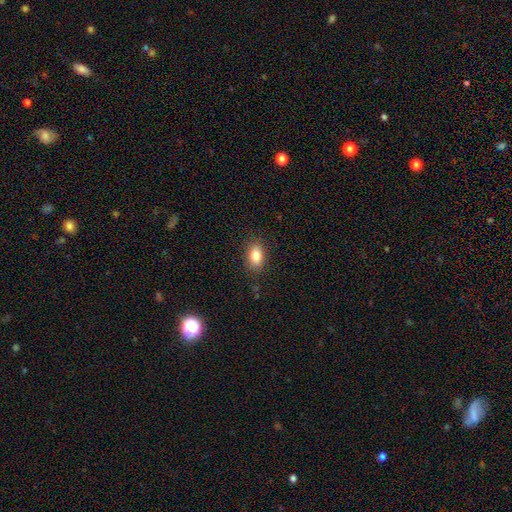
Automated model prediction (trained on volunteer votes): Smooth or featured: smooth — 84% (star or artifact — 9%)
How rounded: in between — 85% (round — 13%)
Merging: none — 86% (minor disturbance — 10%)